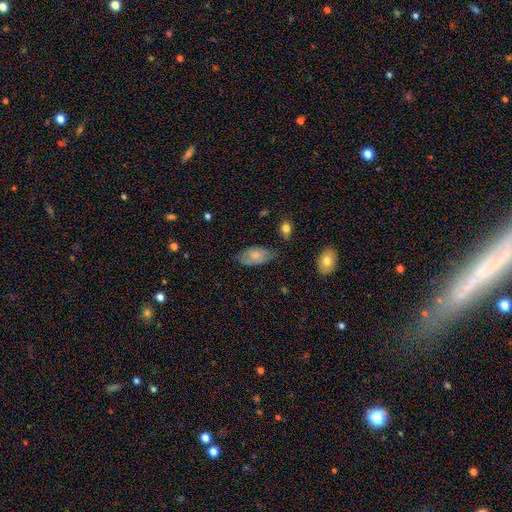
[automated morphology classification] A smooth galaxy with no disk features (70%) that is in between round and cigar-shaped (93%). Merging: none (62%).